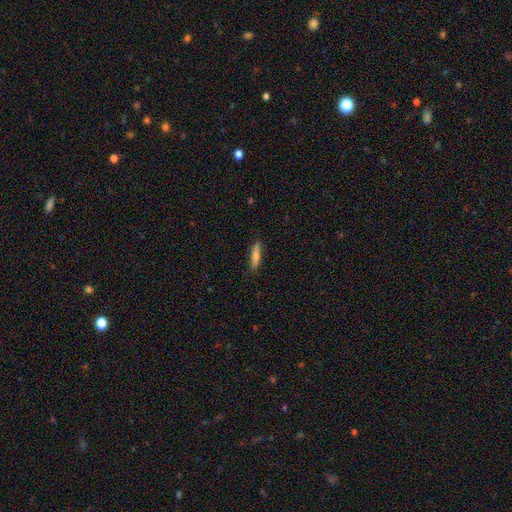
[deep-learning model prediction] Q: Smooth or featured?
A: smooth (64%); runner-up: featured or disk (30%)
Q: How rounded?
A: cigar-shaped (84%); runner-up: in between (14%)
Q: Merging?
A: none (86%); runner-up: minor disturbance (11%)